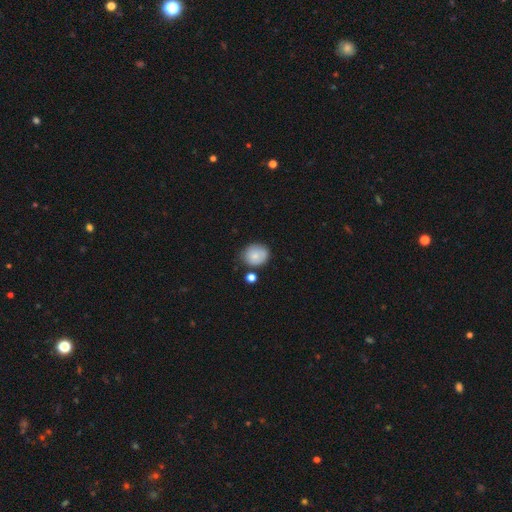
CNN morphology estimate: A smooth galaxy with no disk features (79%) that is round (71%).

Vote fractions:
- Smooth or featured? smooth: 79% / featured or disk: 13% / star or artifact: 8%
- How rounded? round: 71% / in between: 28% / cigar-shaped: 1%
- Merging? none: 71% / minor disturbance: 18% / merger: 7% / major disturbance: 4%